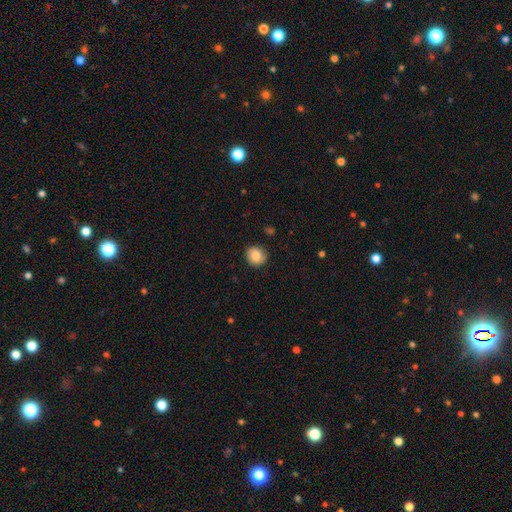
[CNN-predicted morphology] The model was most divided on "smooth or featured": smooth: 80%, featured or disk: 12%, star or artifact: 8%. More confident: how rounded — round (86%); merging — none (86%).